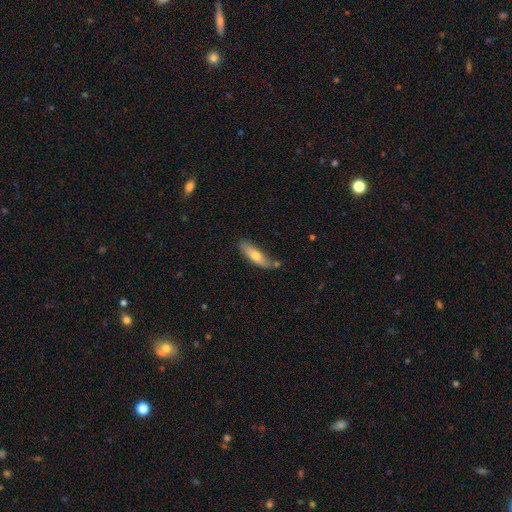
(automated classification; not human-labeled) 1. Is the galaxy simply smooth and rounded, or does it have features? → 62% smooth, 32% featured or disk, 6% star or artifact.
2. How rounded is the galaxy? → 57% cigar-shaped, 41% in between, 2% round.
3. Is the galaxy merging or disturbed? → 67% none, 21% minor disturbance, 8% merger, 4% major disturbance.